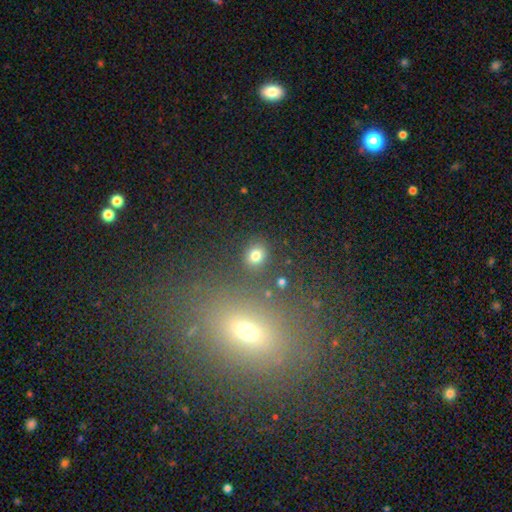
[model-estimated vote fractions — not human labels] Smooth or featured? smooth (78%)
How rounded? round (71%)
Merging? none (85%)